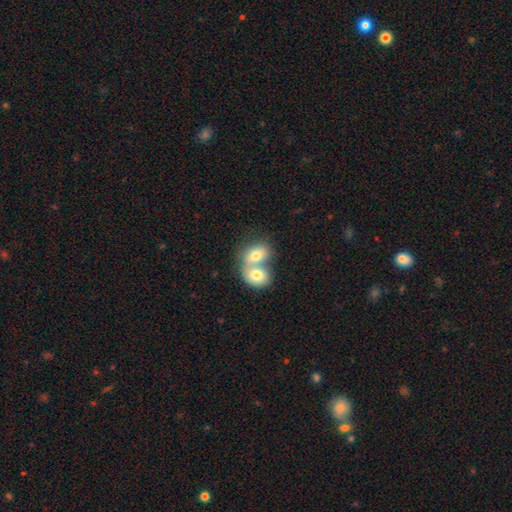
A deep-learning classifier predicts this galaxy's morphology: type=smooth (73%); roundness=in between (63%); merging=merger (77%).